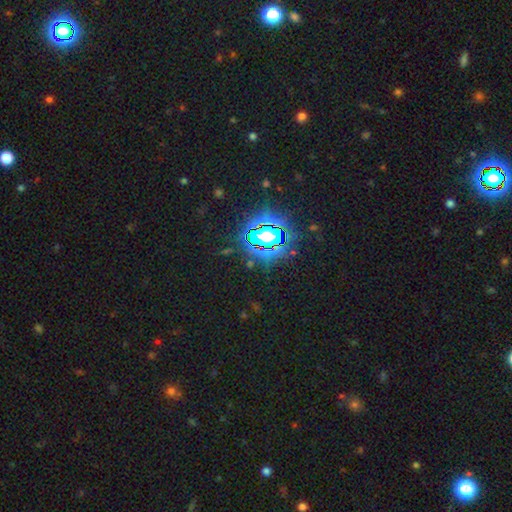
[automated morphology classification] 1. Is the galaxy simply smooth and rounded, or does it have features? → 81% star or artifact, 11% smooth, 7% featured or disk.